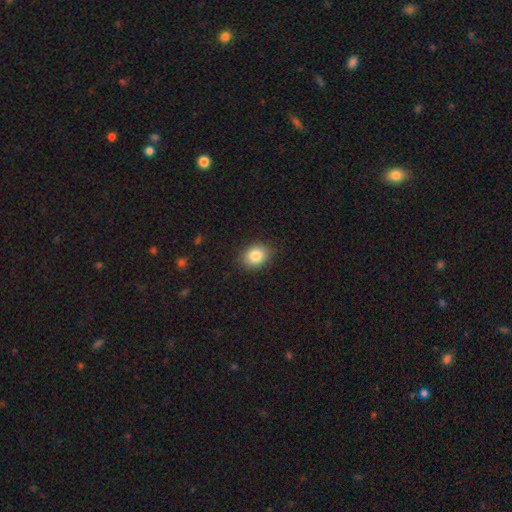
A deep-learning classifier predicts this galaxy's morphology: Smooth or featured: smooth — 84% (star or artifact — 9%)
How rounded: in between — 59% (round — 40%)
Merging: none — 86% (minor disturbance — 10%)